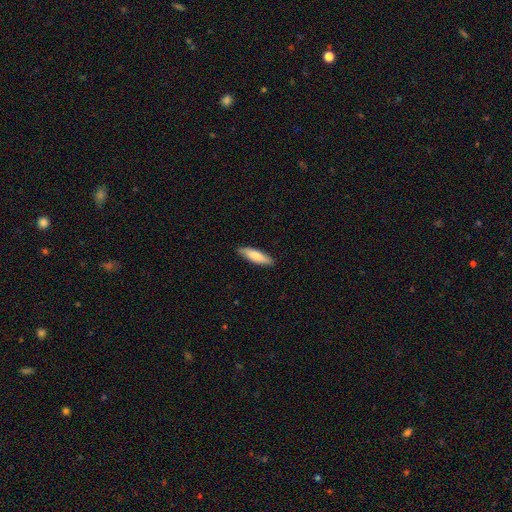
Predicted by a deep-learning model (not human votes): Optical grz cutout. It shows a smooth galaxy with no disk features (78%) that is cigar-shaped (62%). Merging: none (86%).